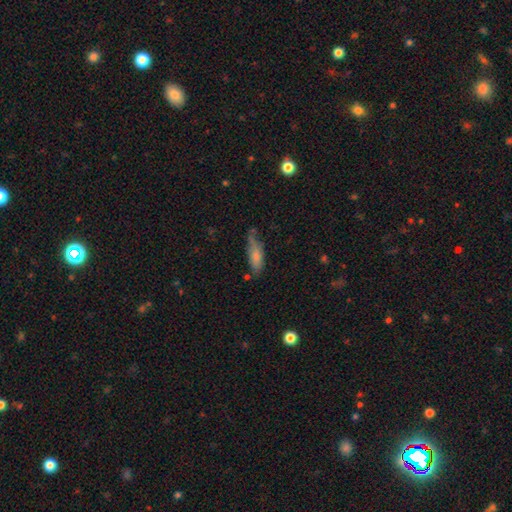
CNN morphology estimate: Smooth or featured?
  - smooth: 77% *
  - featured or disk: 16%
  - star or artifact: 8%
How rounded?
  - in between: 57% *
  - cigar-shaped: 41%
  - round: 2%
Merging?
  - none: 51% *
  - minor disturbance: 32%
  - major disturbance: 10%
  - merger: 7%